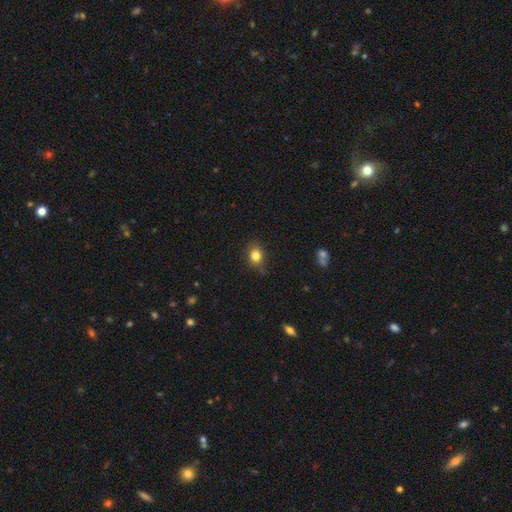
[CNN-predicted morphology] This is clearly a smooth galaxy (83%). How rounded: possibly in between (51%). Merging: clearly none (80%).